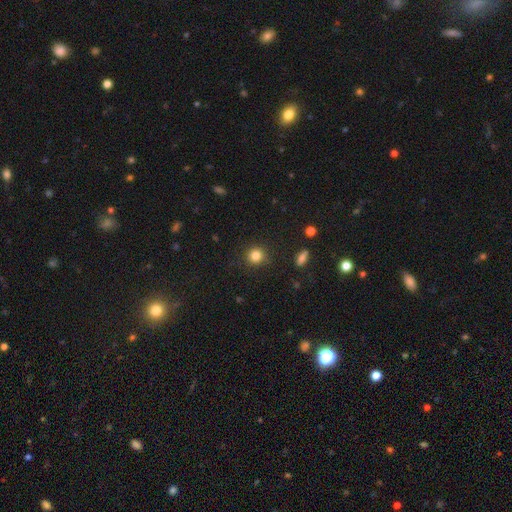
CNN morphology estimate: The model was most divided on "smooth or featured": smooth: 83%, star or artifact: 12%, featured or disk: 5%. More confident: how rounded — round (91%); merging — none (89%).